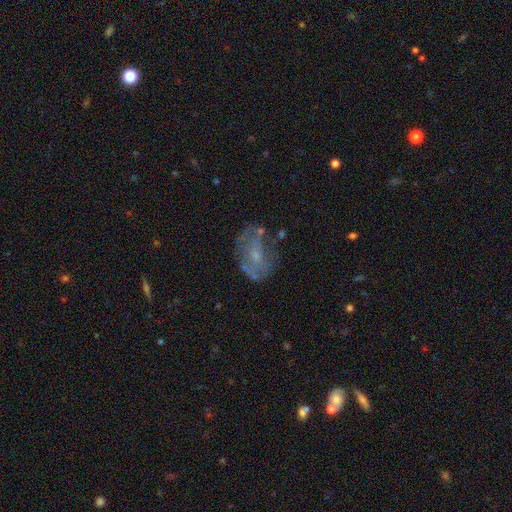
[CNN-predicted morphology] Overall: featured or disk (56%; smooth 32%). Edge-on disk: no (96%). Bar: no (75%). Spiral arms: no (64%; yes 36%). Bulge size: small (57%; moderate 30%). Merging: none (52%; minor disturbance 23%).